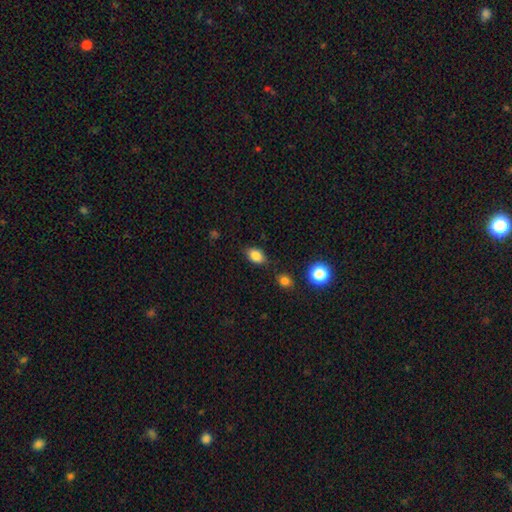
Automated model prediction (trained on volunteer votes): A smooth galaxy with no disk features (83%) that is in between round and cigar-shaped (81%).

Vote fractions:
- Smooth or featured? smooth: 83% / star or artifact: 10% / featured or disk: 7%
- How rounded? in between: 81% / round: 17% / cigar-shaped: 2%
- Merging? none: 80% / minor disturbance: 14% / major disturbance: 3% / merger: 3%